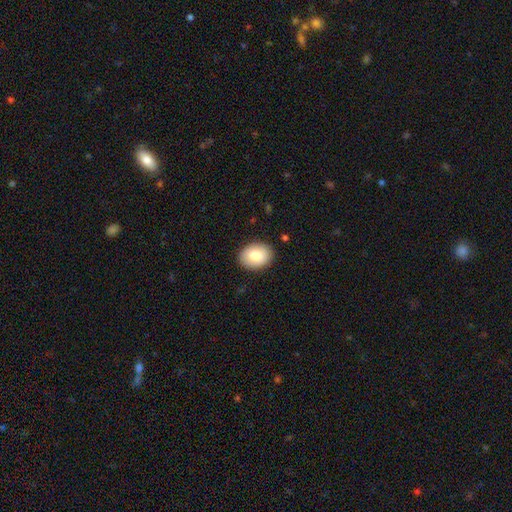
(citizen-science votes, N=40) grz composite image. It shows a smooth galaxy with no disk features (82%) that is in between round and cigar-shaped (58%). Merging: none (79%).